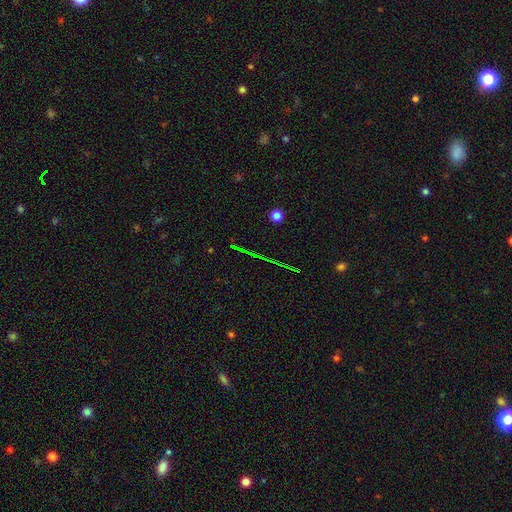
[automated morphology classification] Q: Smooth or featured?
A: star or artifact (73%); runner-up: featured or disk (14%)